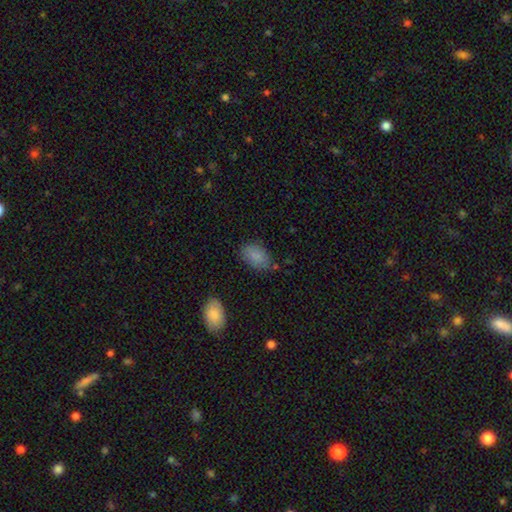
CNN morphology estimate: Q: Smooth or featured?
A: smooth (85%); runner-up: star or artifact (8%)
Q: How rounded?
A: in between (90%); runner-up: round (9%)
Q: Merging?
A: none (73%); runner-up: minor disturbance (18%)